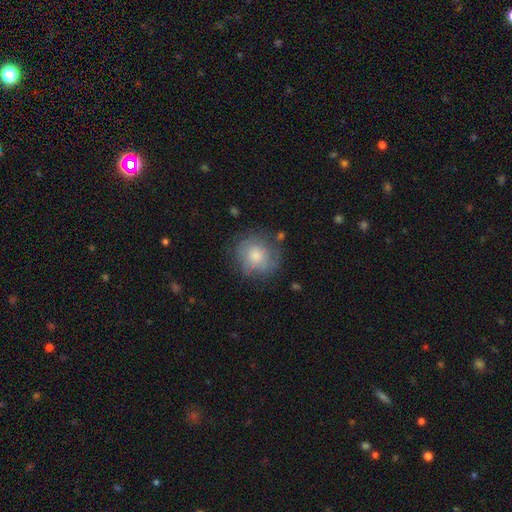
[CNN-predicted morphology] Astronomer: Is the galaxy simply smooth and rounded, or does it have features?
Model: smooth — 69%.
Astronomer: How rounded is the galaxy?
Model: round — 86%.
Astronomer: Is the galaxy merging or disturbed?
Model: none — 67%.